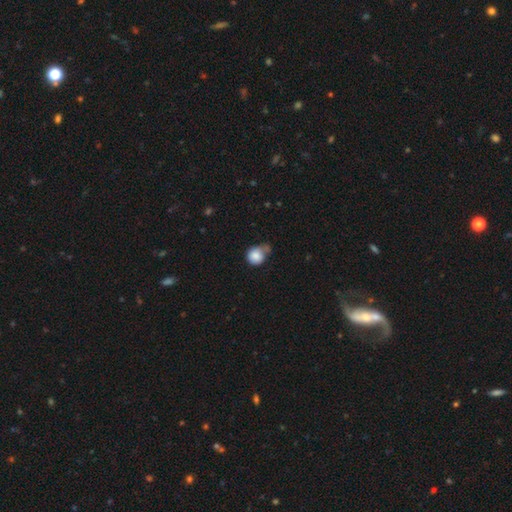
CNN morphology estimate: Smooth or featured? Predicted: smooth (p=0.85). How rounded? Predicted: round (p=0.79). Merging? Predicted: none (p=0.40).